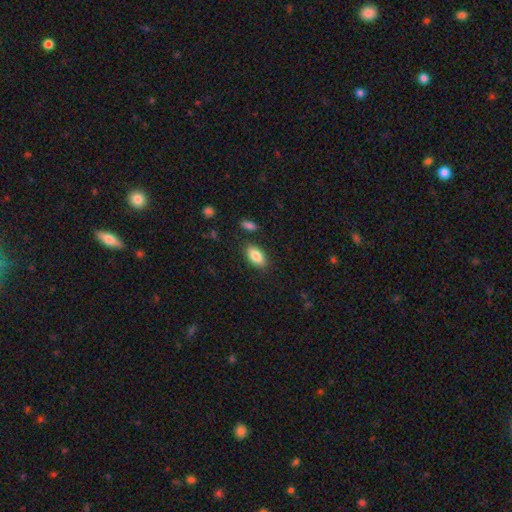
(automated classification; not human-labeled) smooth-or-featured: smooth: 85% | featured or disk: 9% | star or artifact: 7%
  how-rounded: in between: 91% | cigar-shaped: 5% | round: 4%
  merging: none: 85% | minor disturbance: 10% | merger: 3% | major disturbance: 2%